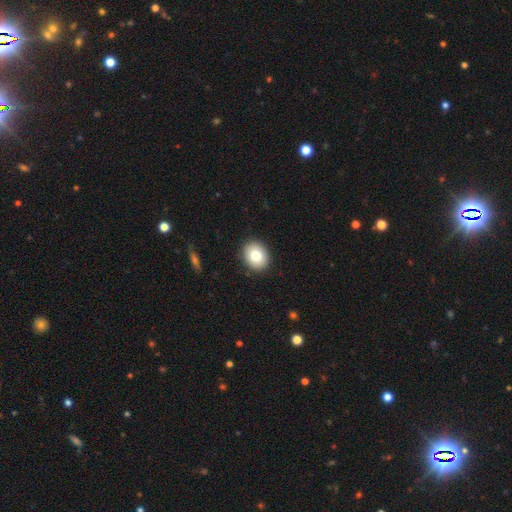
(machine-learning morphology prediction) This is likely a smooth galaxy (79%). How rounded: possibly round (52%). Merging: clearly none (89%).